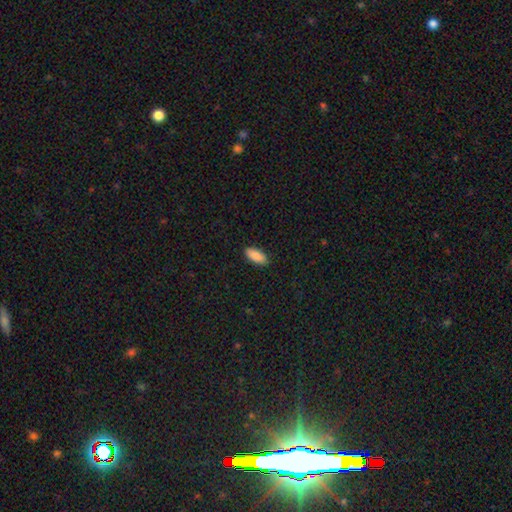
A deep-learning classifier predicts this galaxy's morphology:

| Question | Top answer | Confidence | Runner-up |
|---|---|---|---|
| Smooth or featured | smooth | 90% | star or artifact (6%) |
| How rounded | in between | 86% | cigar-shaped (12%) |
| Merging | none | 89% | minor disturbance (9%) |